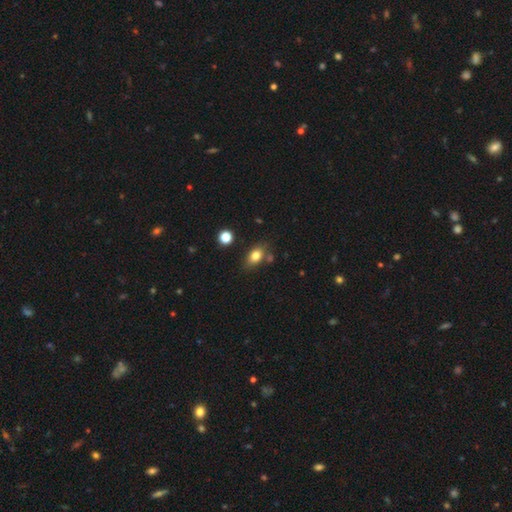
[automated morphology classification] Smooth or featured: smooth — 79% (featured or disk — 11%)
How rounded: in between — 80% (round — 17%)
Merging: none — 72% (minor disturbance — 15%)